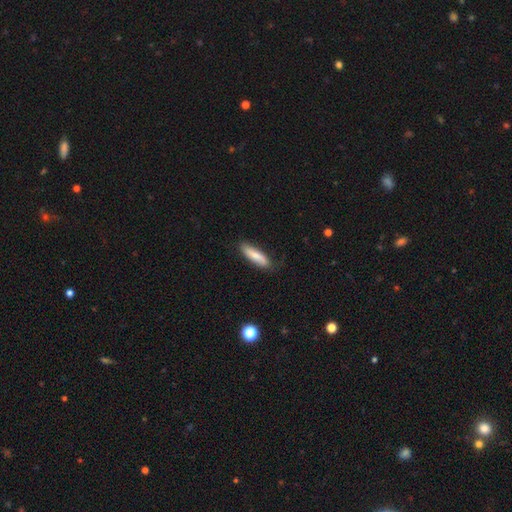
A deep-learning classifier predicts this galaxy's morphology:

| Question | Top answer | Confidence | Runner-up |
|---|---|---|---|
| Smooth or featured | smooth | 74% | featured or disk (20%) |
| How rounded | cigar-shaped | 63% | in between (36%) |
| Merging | none | 76% | minor disturbance (19%) |